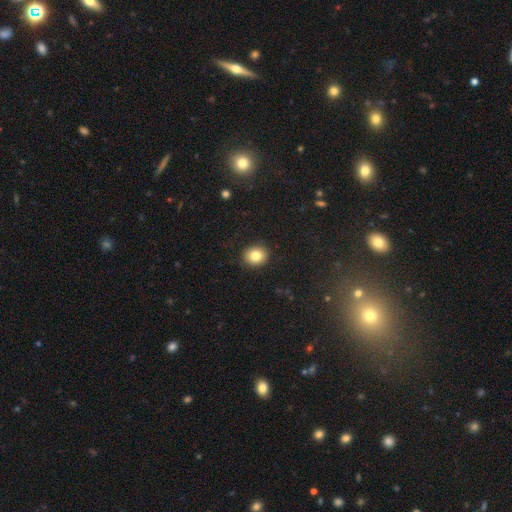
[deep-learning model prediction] Morphology: type=smooth (82%); roundness=round (74%); merging=none (90%).